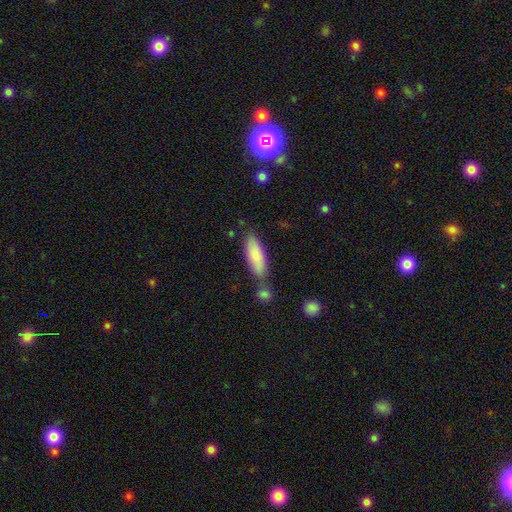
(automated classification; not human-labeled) Overall: smooth (81%). How rounded: in between (60%; cigar-shaped 38%). Merging: none (67%).